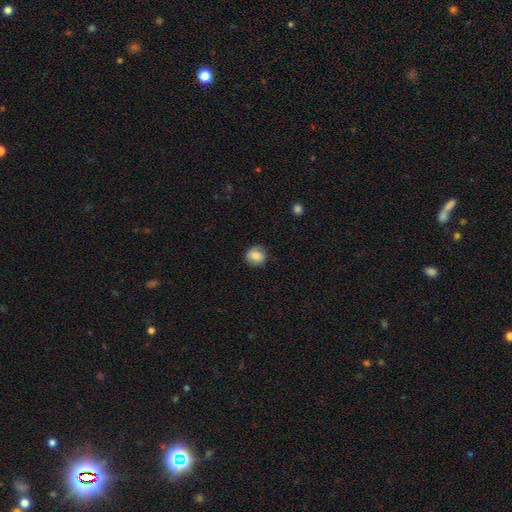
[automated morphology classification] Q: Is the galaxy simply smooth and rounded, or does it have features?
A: smooth — 81%.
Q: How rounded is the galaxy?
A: round — 85%.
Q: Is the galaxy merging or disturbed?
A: none — 84%.